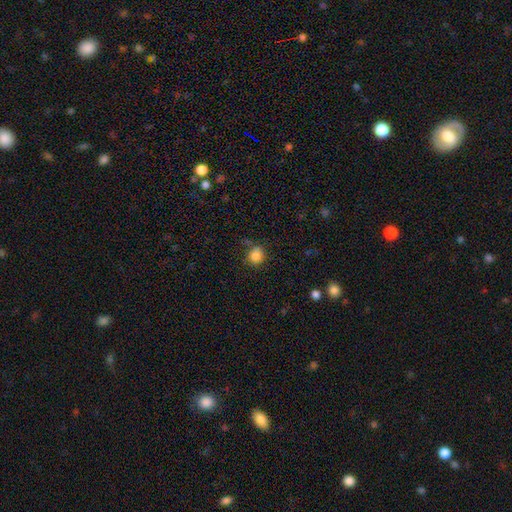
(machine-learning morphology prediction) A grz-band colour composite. It shows a smooth galaxy with no disk features (84%) that is round (82%). Merging: none (74%).